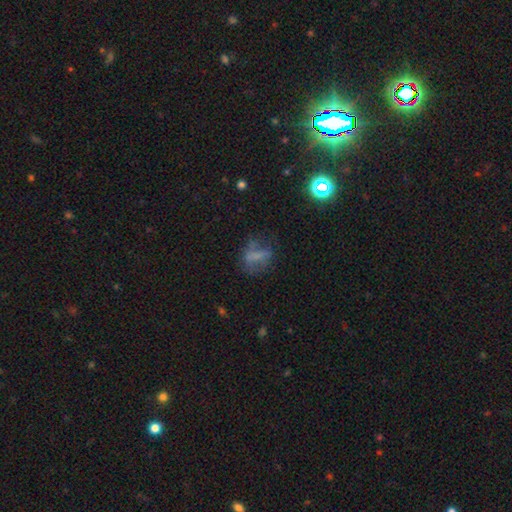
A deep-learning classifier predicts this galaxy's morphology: Smooth or featured: smooth — 46% (featured or disk — 35%)
Merging: none — 52% (major disturbance — 23%)